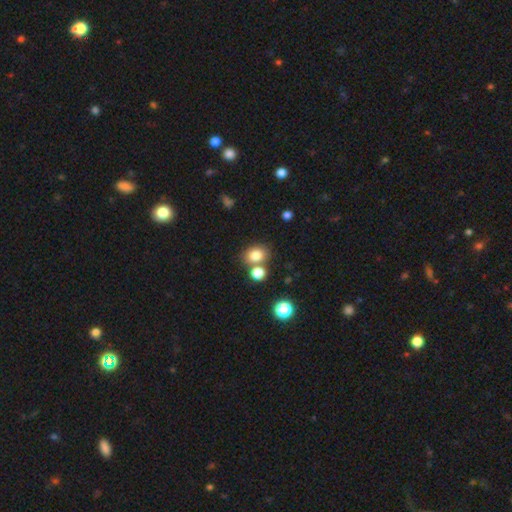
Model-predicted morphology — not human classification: type=smooth (80%); roundness=in between (50%); merging=none (61%).